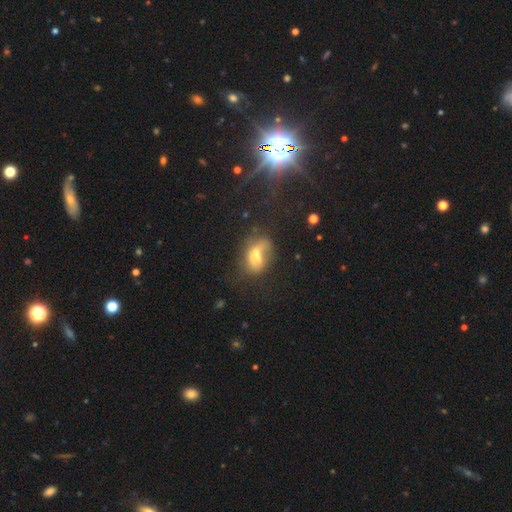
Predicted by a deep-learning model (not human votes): This appears to be a smooth galaxy with no disk features (56%) that is in between round and cigar-shaped (78%). Merging: merger (30%).